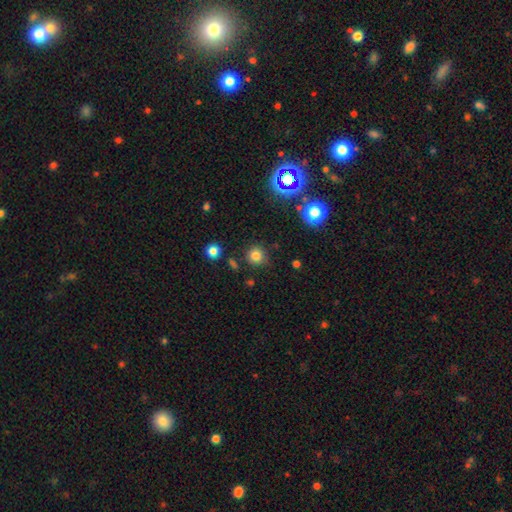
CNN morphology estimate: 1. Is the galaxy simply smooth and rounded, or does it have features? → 77% smooth, 17% star or artifact, 6% featured or disk.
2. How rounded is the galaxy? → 92% round, 7% in between, 1% cigar-shaped.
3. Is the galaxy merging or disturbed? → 84% none, 10% minor disturbance, 3% major disturbance, 3% merger.